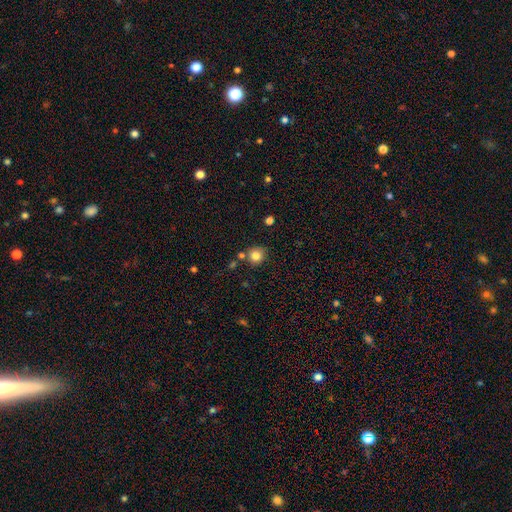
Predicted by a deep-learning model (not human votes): Morphology: type=smooth (83%); roundness=round (90%); merging=none (76%).